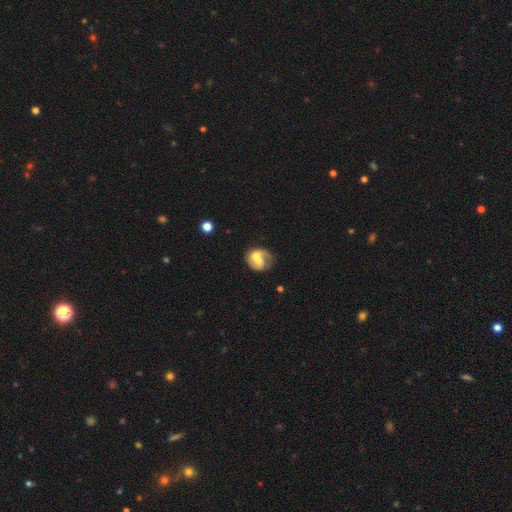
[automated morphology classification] The model was most divided on "merging": none: 37%, merger: 33%, minor disturbance: 17%, major disturbance: 13%. Remaining: edge-on disk — no (97%); spiral arms — yes (68%); smooth or featured — featured or disk (58%); bar — no (50%); bulge size — moderate (47%).